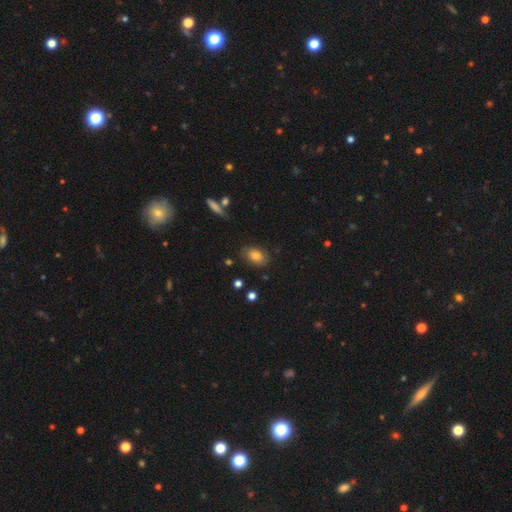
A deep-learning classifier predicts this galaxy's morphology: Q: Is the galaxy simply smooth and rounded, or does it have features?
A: smooth — 77%.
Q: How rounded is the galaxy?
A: in between — 77%.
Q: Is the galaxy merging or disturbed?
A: none — 79%.